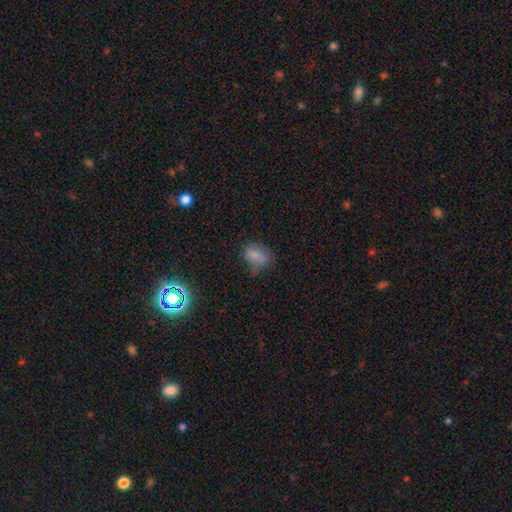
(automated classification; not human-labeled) Smooth or featured? Predicted: smooth (p=0.75). How rounded? Predicted: in between (p=0.78). Merging? Predicted: none (p=0.43).